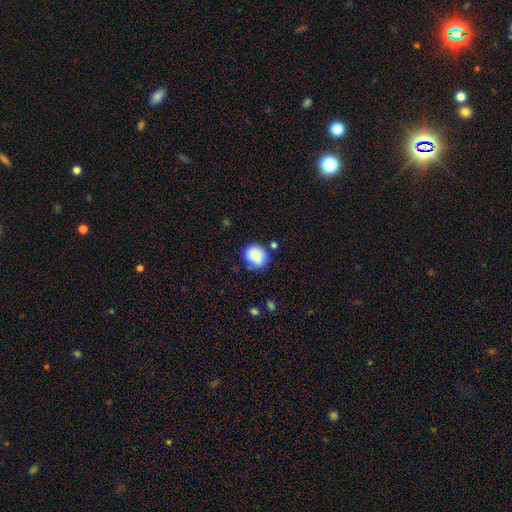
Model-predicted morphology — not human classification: smooth 86%, star or artifact 8%, featured or disk 6%. Down the decision tree: how rounded — round (76%); merging — none (68%).